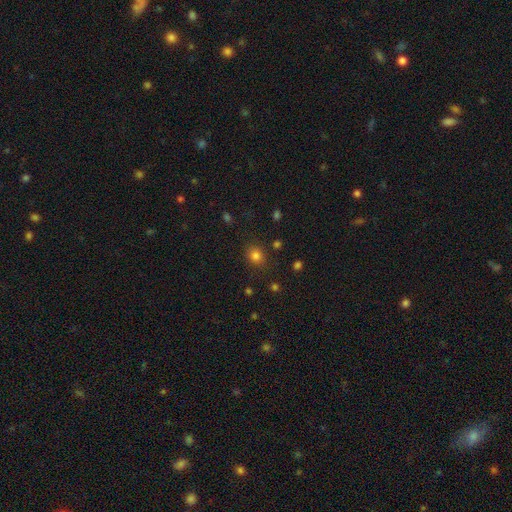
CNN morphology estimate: This appears to be a smooth galaxy with no disk features (80%) that is round (74%). Merging: none (85%).